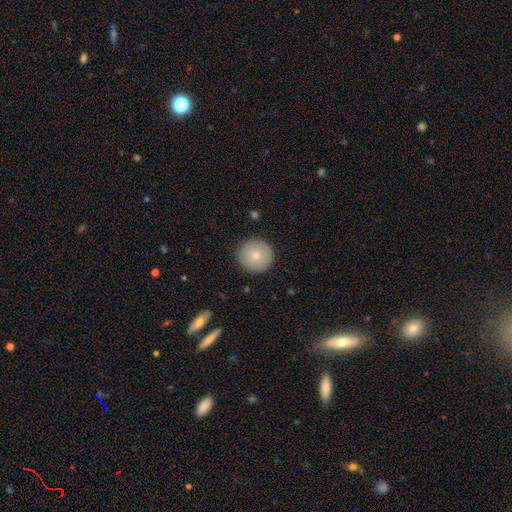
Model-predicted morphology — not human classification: A smooth galaxy with no disk features (79%) that is round (96%). Merging: none (90%).